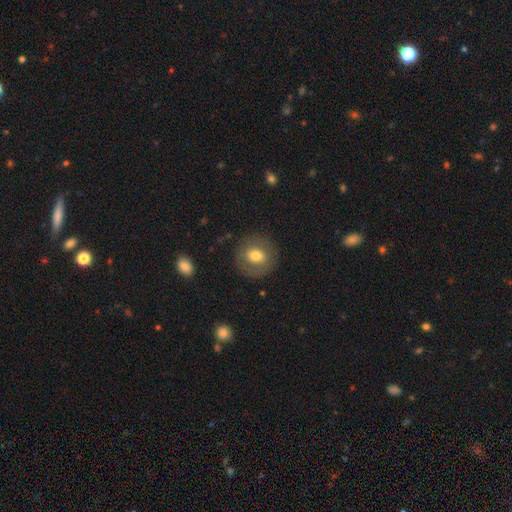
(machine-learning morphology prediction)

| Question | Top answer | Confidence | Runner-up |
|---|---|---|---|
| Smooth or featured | smooth | 64% | featured or disk (28%) |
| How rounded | round | 88% | in between (11%) |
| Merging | none | 84% | minor disturbance (10%) |